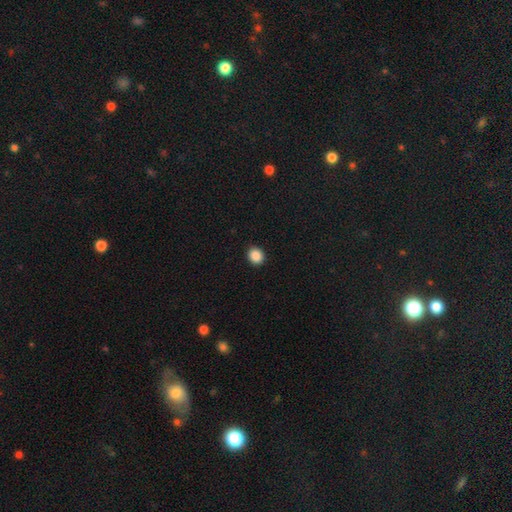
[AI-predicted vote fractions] This appears to be a smooth galaxy with no disk features (88%) that is round (74%). Merging: none (92%).